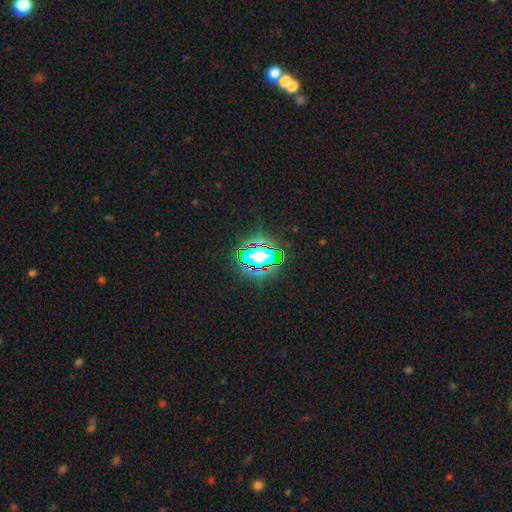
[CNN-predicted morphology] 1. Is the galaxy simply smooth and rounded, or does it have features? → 63% star or artifact, 21% smooth, 16% featured or disk.